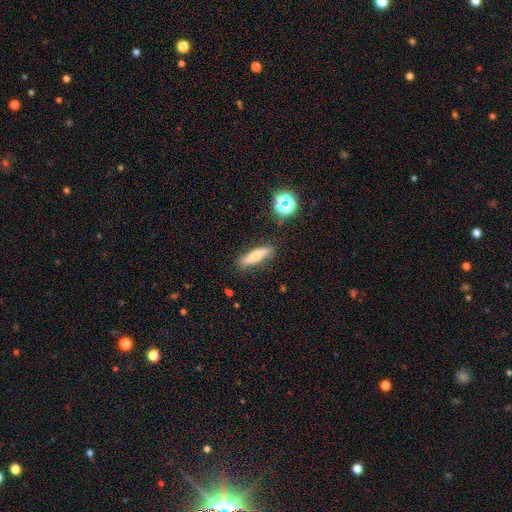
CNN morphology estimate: Q: Smooth or featured?
A: smooth (66%); runner-up: featured or disk (25%)
Q: How rounded?
A: cigar-shaped (69%); runner-up: in between (28%)
Q: Merging?
A: none (84%); runner-up: minor disturbance (11%)